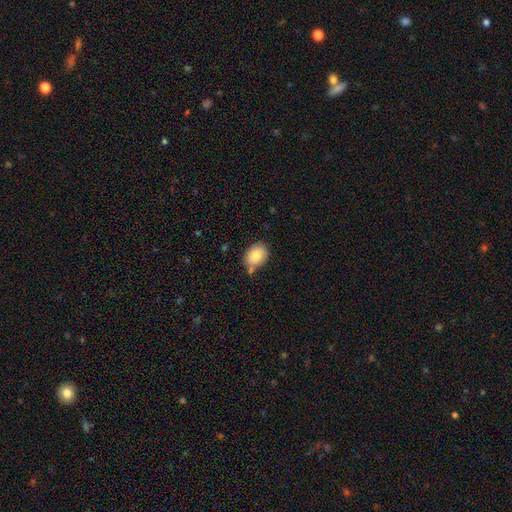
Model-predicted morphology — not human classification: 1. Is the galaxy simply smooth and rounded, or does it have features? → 84% smooth, 9% featured or disk, 8% star or artifact.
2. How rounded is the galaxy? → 64% in between, 35% round, 1% cigar-shaped.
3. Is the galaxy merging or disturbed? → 67% none, 19% minor disturbance, 9% merger, 4% major disturbance.